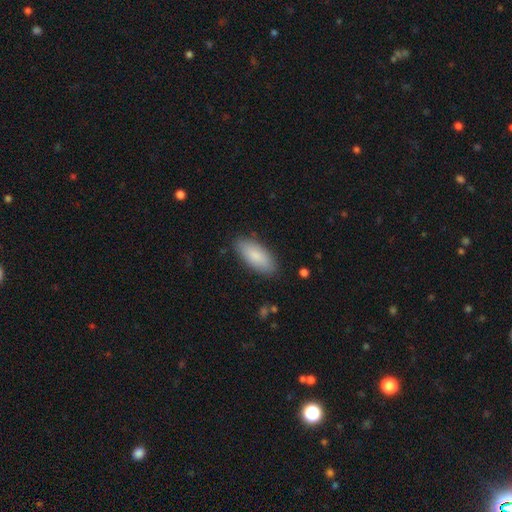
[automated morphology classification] Q: Smooth or featured?
A: smooth (85%); runner-up: featured or disk (9%)
Q: How rounded?
A: in between (84%); runner-up: cigar-shaped (15%)
Q: Merging?
A: none (86%); runner-up: minor disturbance (11%)